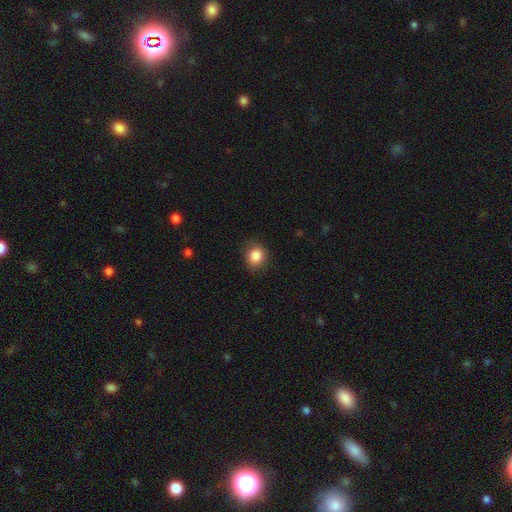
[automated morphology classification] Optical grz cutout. It shows a smooth galaxy with no disk features (86%) that is round (75%). Merging: none (83%).